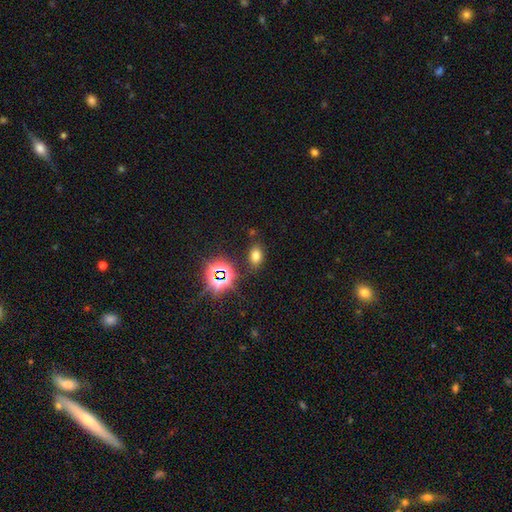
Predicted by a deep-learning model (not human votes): smooth_or_featured: smooth (p=0.65) [alt: star or artifact p=0.27]
how_rounded: in between (p=0.80) [alt: round p=0.19]
merging: none (p=0.81) [alt: minor disturbance p=0.11]